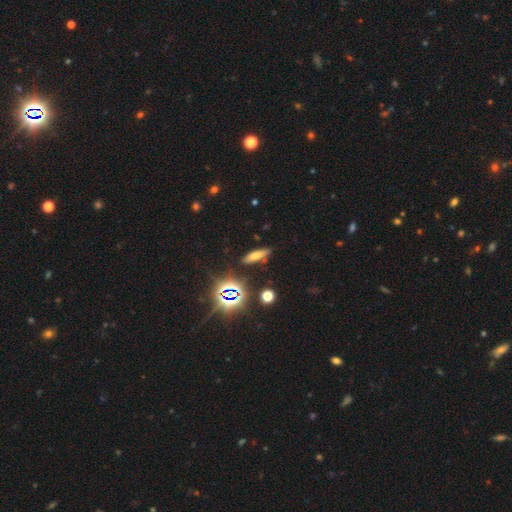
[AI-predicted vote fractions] Q: Smooth or featured?
A: smooth (59%); runner-up: star or artifact (25%)
Q: How rounded?
A: cigar-shaped (56%); runner-up: in between (38%)
Q: Merging?
A: none (84%); runner-up: minor disturbance (10%)